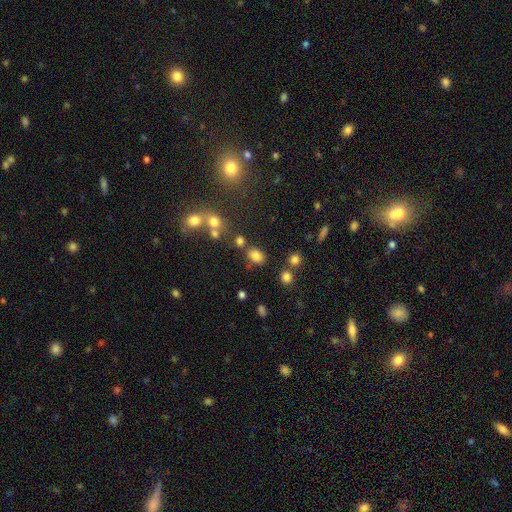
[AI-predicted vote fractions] The model was most divided on "how rounded": in between: 75%, round: 24%, cigar-shaped: 1%. More confident: smooth or featured — smooth (79%); merging — none (71%).